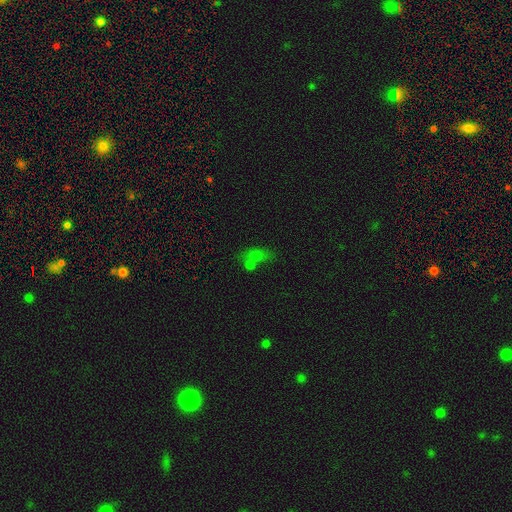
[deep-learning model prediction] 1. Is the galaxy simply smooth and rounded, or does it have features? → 61% smooth, 24% star or artifact, 16% featured or disk.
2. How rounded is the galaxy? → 62% in between, 32% round, 6% cigar-shaped.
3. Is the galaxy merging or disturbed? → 47% merger, 34% none, 11% minor disturbance, 8% major disturbance.